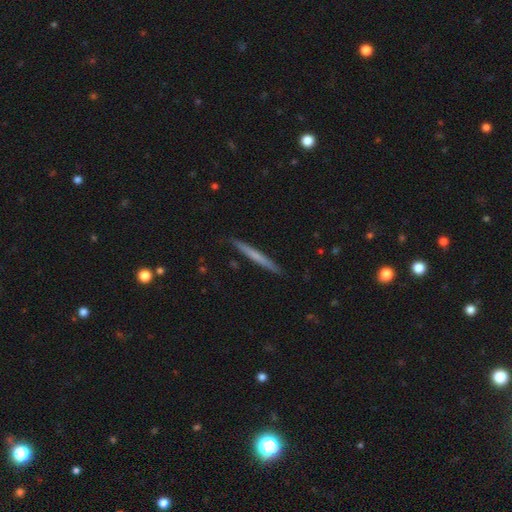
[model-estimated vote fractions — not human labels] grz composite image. It shows a smooth galaxy with no disk features (53%) that is cigar-shaped (97%). Merging: none (90%).